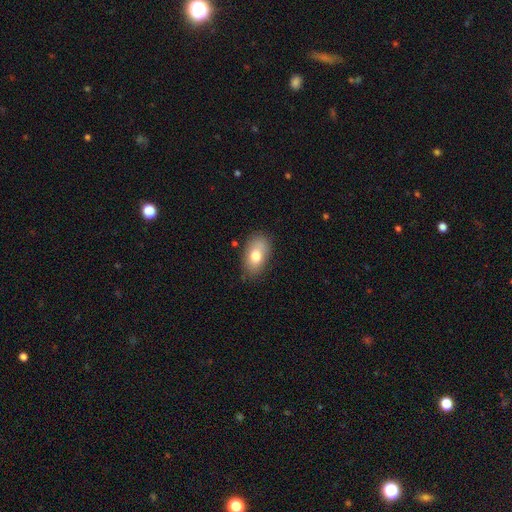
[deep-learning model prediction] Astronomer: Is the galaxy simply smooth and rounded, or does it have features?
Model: smooth — 75%.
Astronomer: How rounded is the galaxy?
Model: in between — 89%.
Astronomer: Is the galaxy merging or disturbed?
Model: none — 77%.